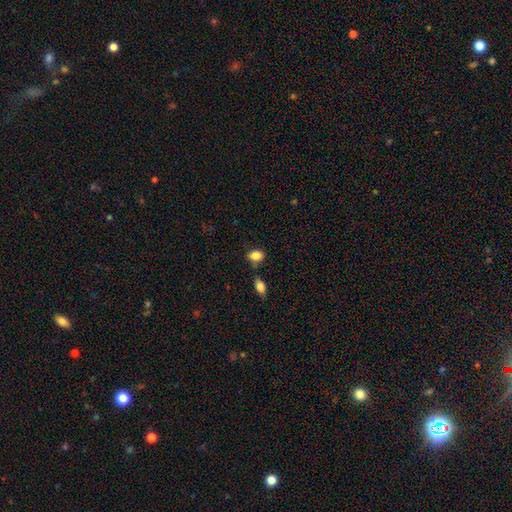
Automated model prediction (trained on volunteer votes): smooth_or_featured: smooth (p=0.85) [alt: star or artifact p=0.08]
how_rounded: in between (p=0.78) [alt: round p=0.21]
merging: none (p=0.66) [alt: minor disturbance p=0.16]